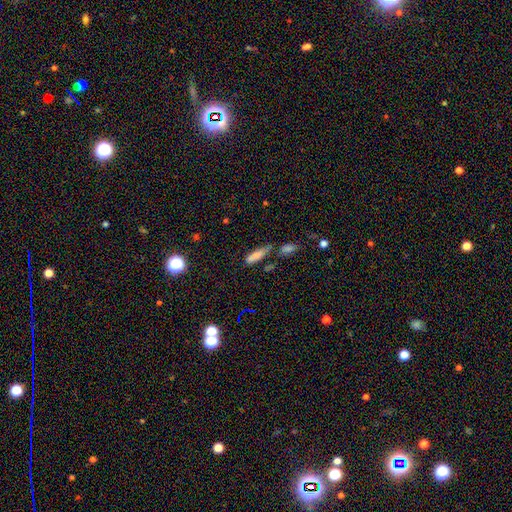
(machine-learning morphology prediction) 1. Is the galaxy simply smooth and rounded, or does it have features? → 76% smooth, 13% featured or disk, 11% star or artifact.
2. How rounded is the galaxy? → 63% cigar-shaped, 35% in between, 2% round.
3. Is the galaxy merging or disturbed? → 48% none, 22% minor disturbance, 21% merger, 9% major disturbance.